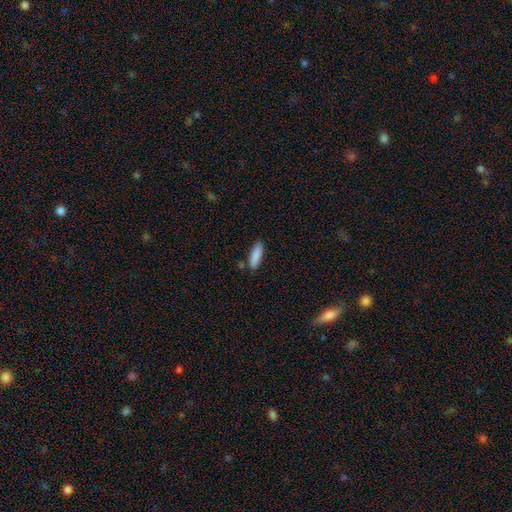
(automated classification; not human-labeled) Smooth or featured? Predicted: smooth (p=0.88). How rounded? Predicted: cigar-shaped (p=0.54). Merging? Predicted: none (p=0.82).